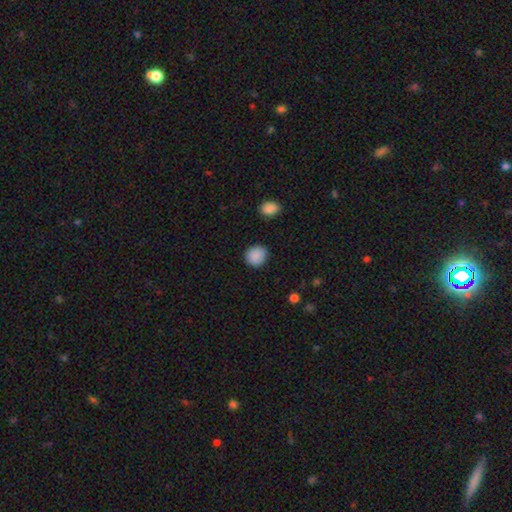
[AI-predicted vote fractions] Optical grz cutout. It shows a smooth galaxy with no disk features (89%) that is round (85%). Merging: none (89%).